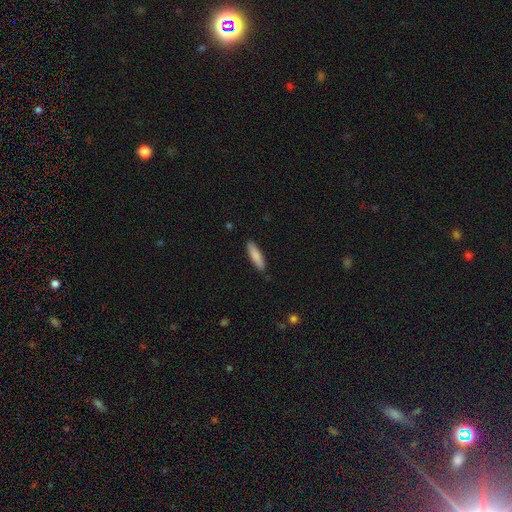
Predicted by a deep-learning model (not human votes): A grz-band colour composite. It shows a smooth galaxy with no disk features (84%) that is cigar-shaped (71%). Merging: none (88%).